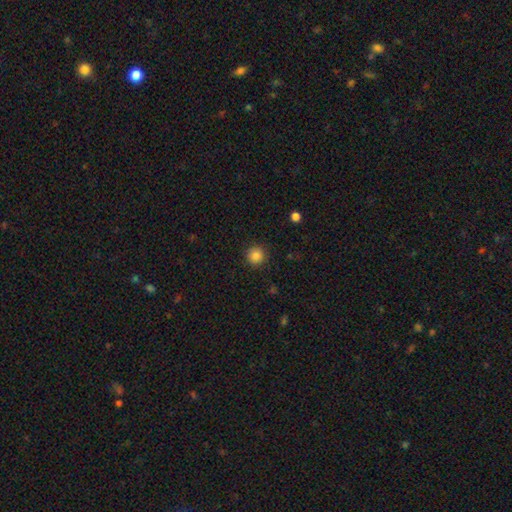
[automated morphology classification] A smooth galaxy with no disk features (85%) that is round (95%).

Vote fractions:
- Smooth or featured? smooth: 85% / star or artifact: 11% / featured or disk: 4%
- How rounded? round: 95% / in between: 4% / cigar-shaped: 1%
- Merging? none: 91% / minor disturbance: 6% / major disturbance: 2% / merger: 1%